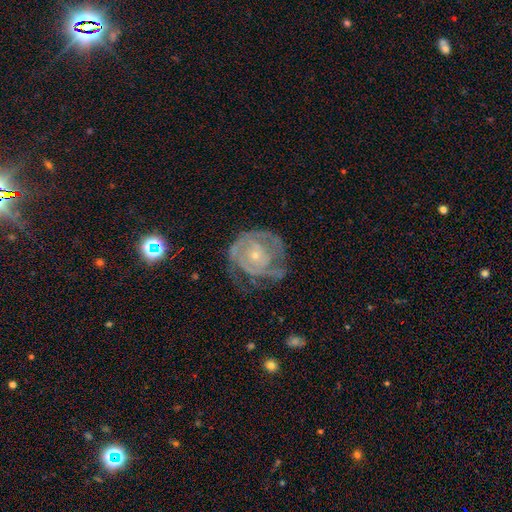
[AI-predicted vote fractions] Smooth or featured? featured or disk (79%)
Edge-on disk? no (98%)
Bar? no (79%)
Spiral arms? yes (83%)
Spiral winding? tight (66%)
Spiral arm count? can't tell (41%)
Bulge size? small (76%)
Merging? none (49%)